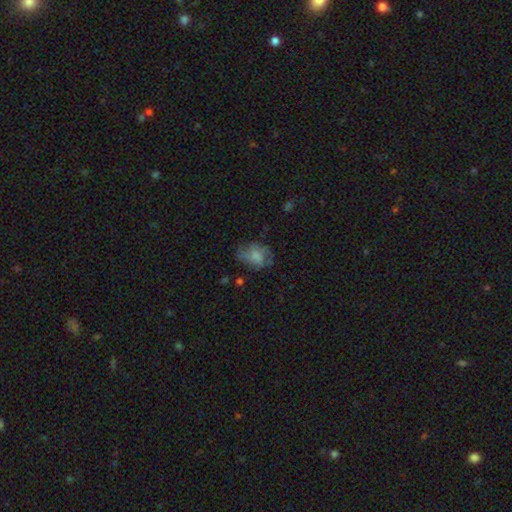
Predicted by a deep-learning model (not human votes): smooth_or_featured: smooth (p=0.64) [alt: featured or disk p=0.27]
how_rounded: in between (p=0.66) [alt: round p=0.32]
merging: none (p=0.51) [alt: minor disturbance p=0.28]